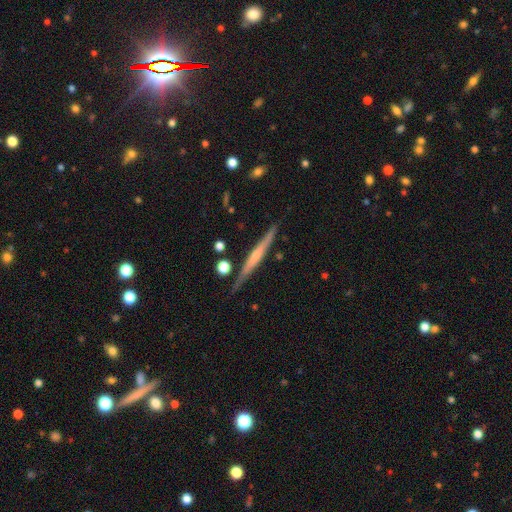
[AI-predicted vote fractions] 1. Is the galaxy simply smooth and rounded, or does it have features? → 61% featured or disk, 33% smooth, 6% star or artifact.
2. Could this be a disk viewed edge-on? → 97% yes, 3% no.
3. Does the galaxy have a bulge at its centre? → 51% none, 36% rounded, 13% boxy.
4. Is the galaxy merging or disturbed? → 84% none, 11% minor disturbance, 3% merger, 2% major disturbance.